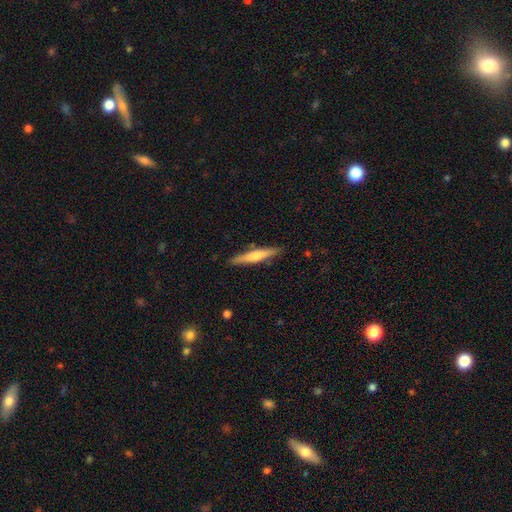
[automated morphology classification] This is possibly a smooth galaxy (50%). Merging: clearly none (88%).